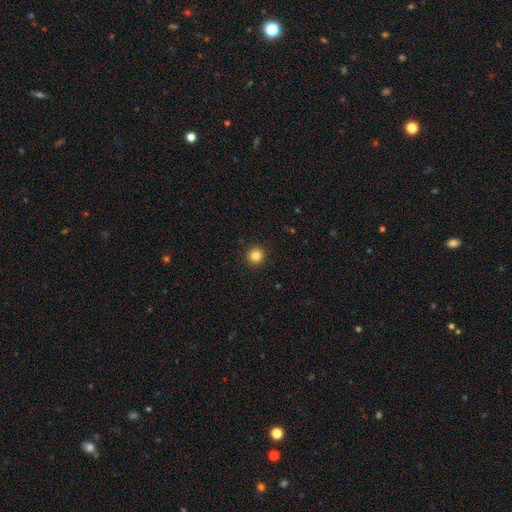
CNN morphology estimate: This is clearly a smooth galaxy (84%). How rounded: clearly round (95%). Merging: clearly none (93%).